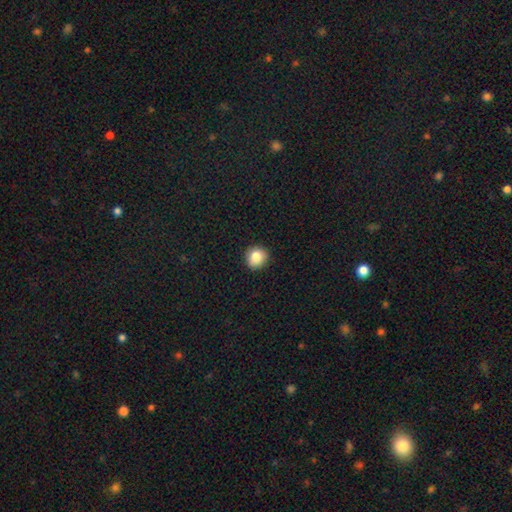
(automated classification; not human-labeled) This appears to be a smooth galaxy with no disk features (84%) that is round (88%). Merging: none (90%).